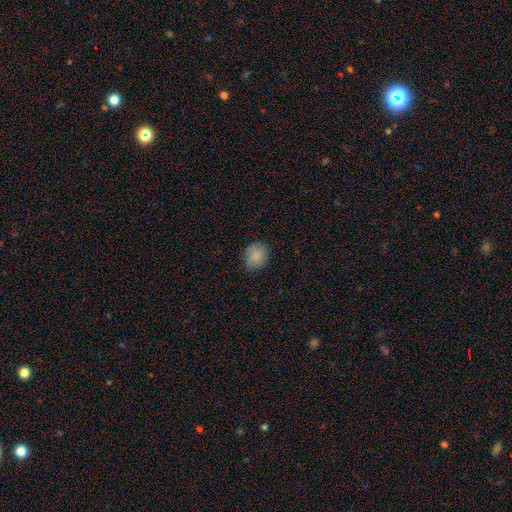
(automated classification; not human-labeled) Smooth or featured? smooth (85%)
How rounded? round (64%)
Merging? none (79%)